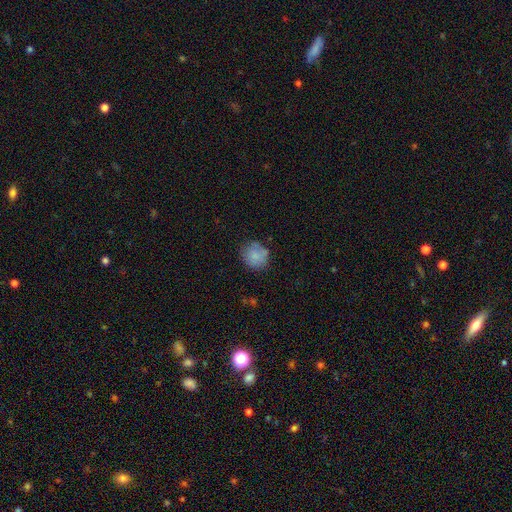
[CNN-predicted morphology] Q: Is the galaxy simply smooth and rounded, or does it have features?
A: smooth — 79%.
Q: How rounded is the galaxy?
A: round — 82%.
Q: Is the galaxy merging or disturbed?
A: none — 70%.